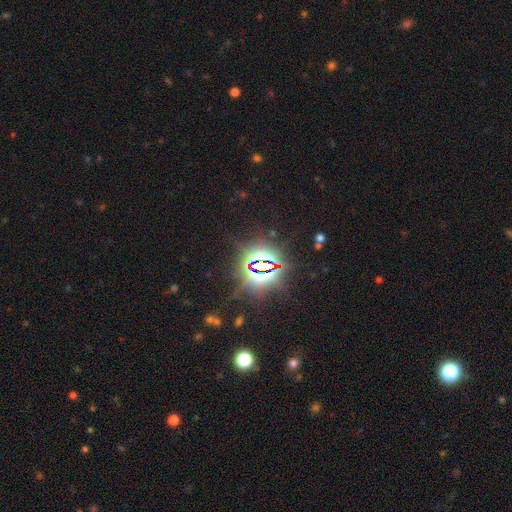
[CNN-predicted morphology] The model was most divided on "smooth or featured": star or artifact: 83%, smooth: 10%, featured or disk: 7%.